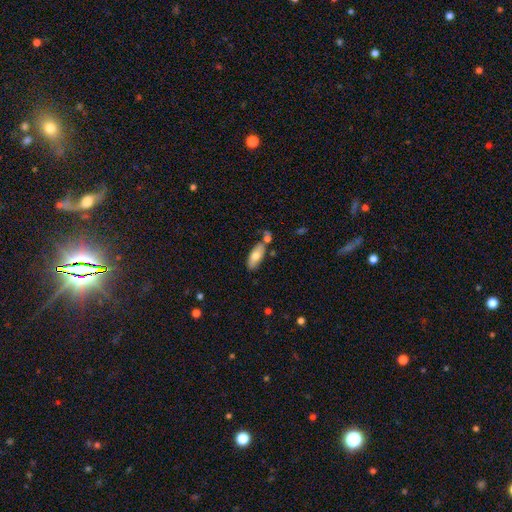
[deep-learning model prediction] Smooth or featured: smooth — 71% (featured or disk — 22%)
How rounded: in between — 82% (cigar-shaped — 16%)
Merging: none — 68% (minor disturbance — 15%)